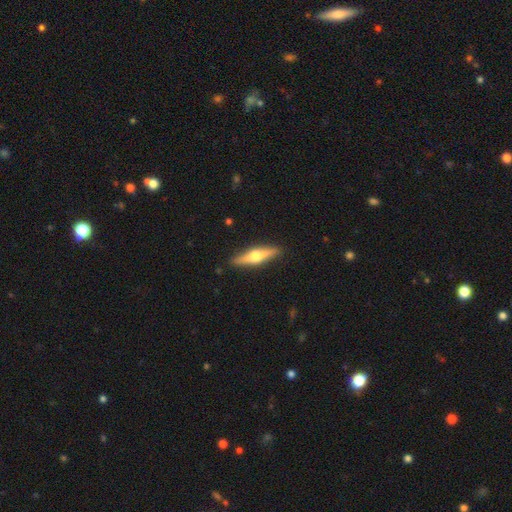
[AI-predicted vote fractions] Morphology: type=featured or disk (62%); edge-on=yes (95%); edge-on bulge=rounded (95%); merging=none (90%).